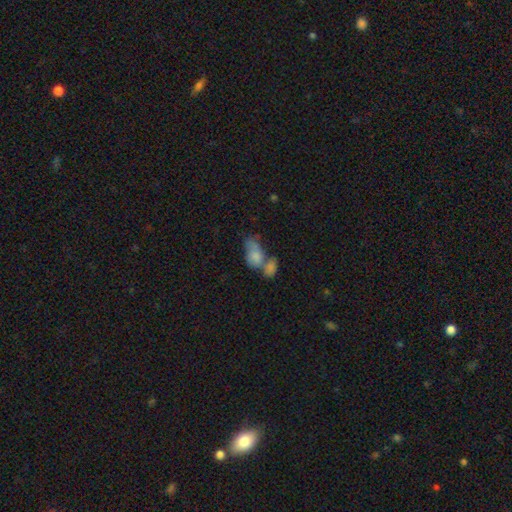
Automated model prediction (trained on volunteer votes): Smooth or featured? Predicted: smooth (p=0.71). How rounded? Predicted: in between (p=0.86). Merging? Predicted: merger (p=0.62).